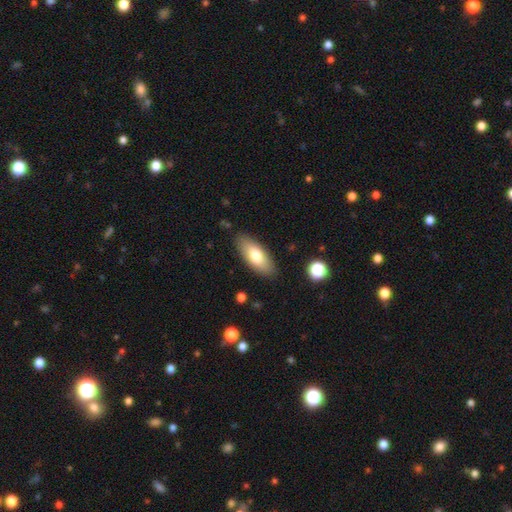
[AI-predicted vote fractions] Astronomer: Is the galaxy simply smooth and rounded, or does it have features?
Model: smooth — 73%.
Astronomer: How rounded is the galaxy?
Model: in between — 81%.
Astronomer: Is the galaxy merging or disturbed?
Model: none — 86%.